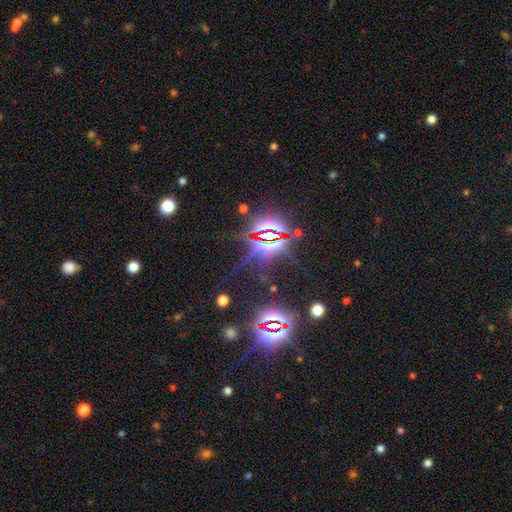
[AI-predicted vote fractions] smooth_or_featured: star or artifact (p=0.86) [alt: smooth p=0.08]